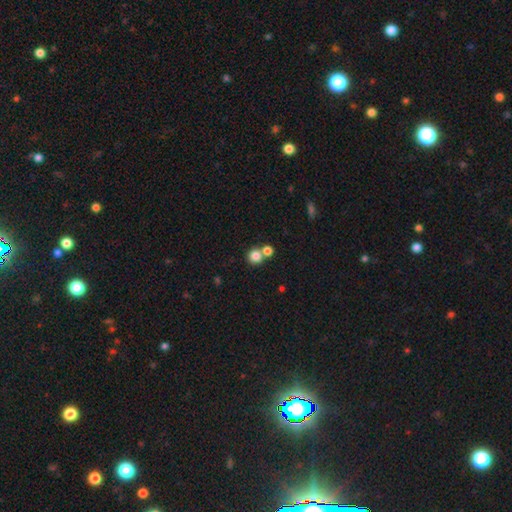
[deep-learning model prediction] smooth_or_featured: smooth (p=0.82) [alt: star or artifact p=0.11]
how_rounded: round (p=0.90) [alt: in between p=0.09]
merging: none (p=0.54) [alt: merger p=0.37]